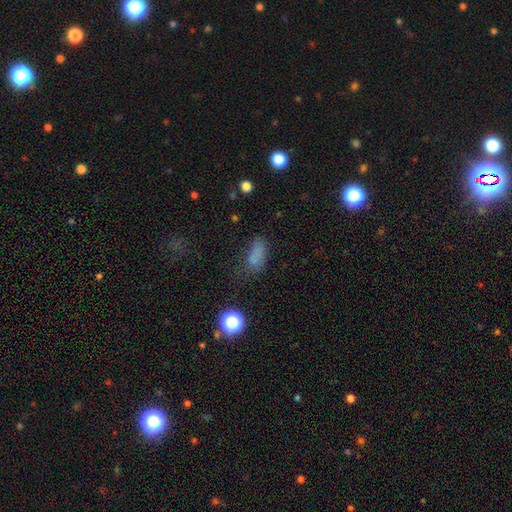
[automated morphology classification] Smooth or featured: smooth — 72% (star or artifact — 19%)
How rounded: in between — 83% (cigar-shaped — 10%)
Merging: none — 49% (minor disturbance — 28%)